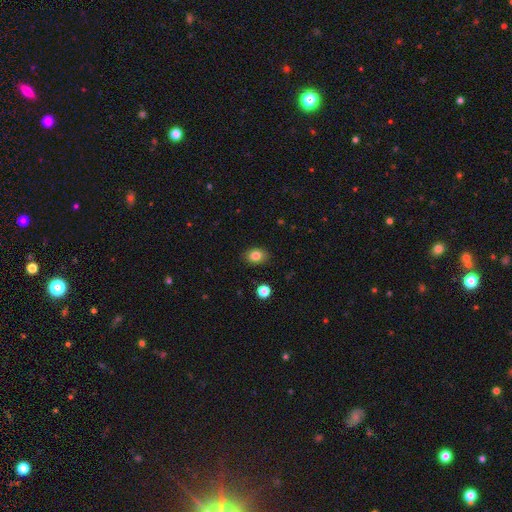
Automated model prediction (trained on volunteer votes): This is clearly a smooth galaxy (83%). How rounded: likely in between (67%). Merging: clearly none (86%).